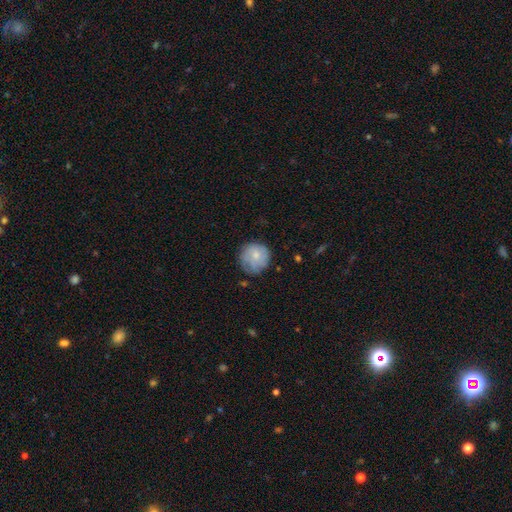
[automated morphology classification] This is likely a smooth galaxy (68%). How rounded: clearly round (90%). Merging: likely none (66%).